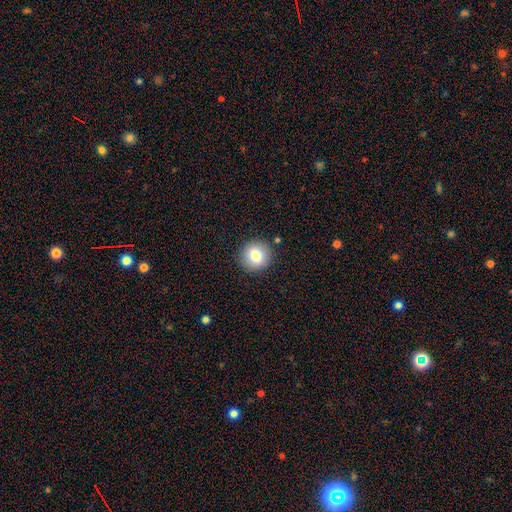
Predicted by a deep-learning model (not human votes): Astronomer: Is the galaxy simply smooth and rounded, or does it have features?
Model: smooth — 78%.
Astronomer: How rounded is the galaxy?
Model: round — 94%.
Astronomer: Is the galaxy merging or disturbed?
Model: none — 90%.